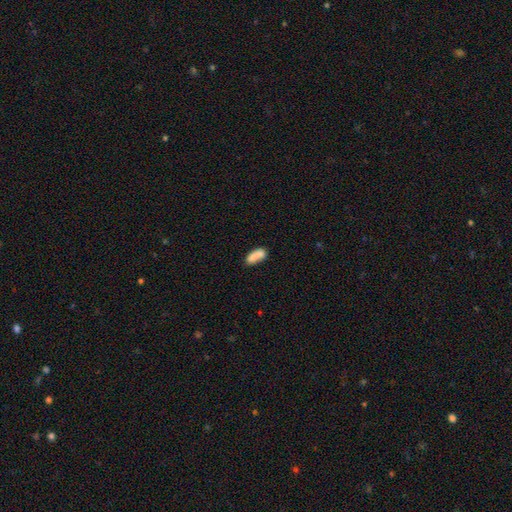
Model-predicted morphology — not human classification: The model was most divided on "merging": none: 56%, minor disturbance: 22%, merger: 17%, major disturbance: 6%. More confident: smooth or featured — smooth (83%); how rounded — in between (76%).